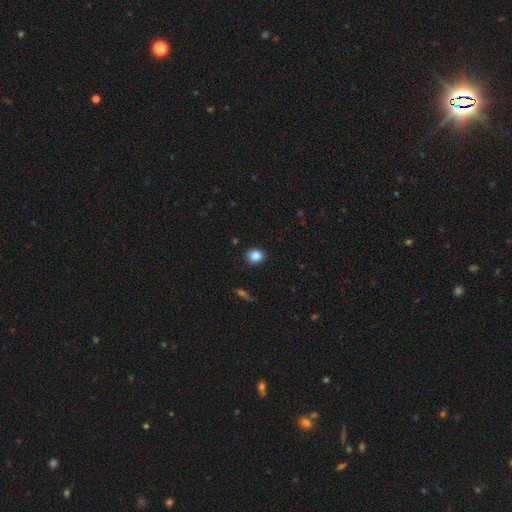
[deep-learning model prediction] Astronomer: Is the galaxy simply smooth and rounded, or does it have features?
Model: smooth — 85%.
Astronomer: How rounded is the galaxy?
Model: round — 74%.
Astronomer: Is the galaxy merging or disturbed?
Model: none — 90%.